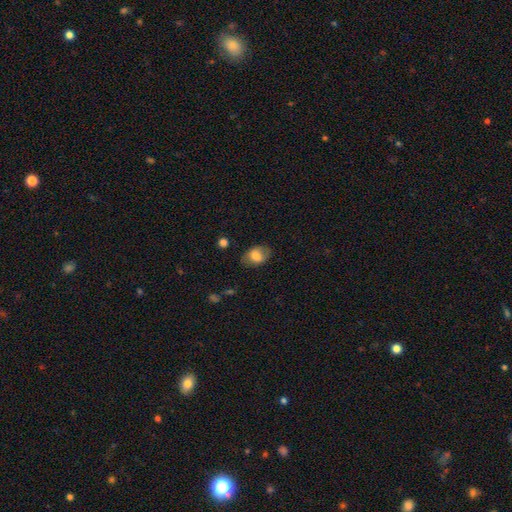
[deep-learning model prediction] Smooth or featured? Predicted: smooth (p=0.73). How rounded? Predicted: in between (p=0.77). Merging? Predicted: none (p=0.72).